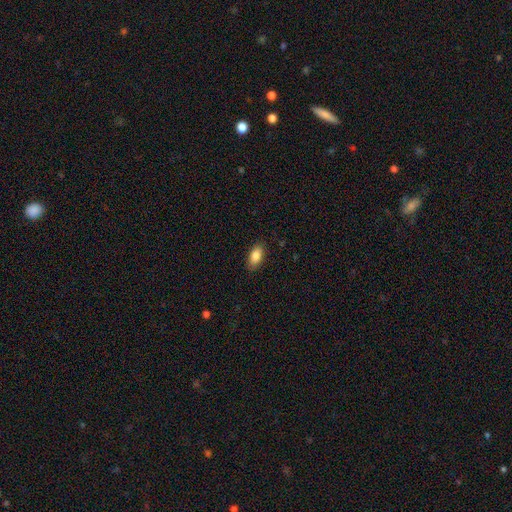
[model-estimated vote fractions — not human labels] Smooth or featured? smooth (85%)
How rounded? in between (90%)
Merging? none (87%)